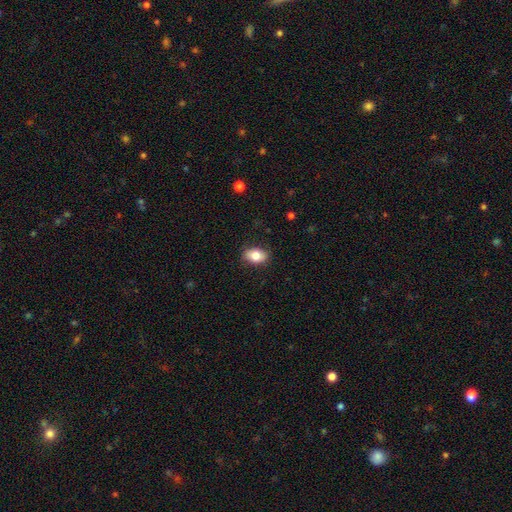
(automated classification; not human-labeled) Overall: smooth (81%). How rounded: in between (84%). Merging: none (85%).